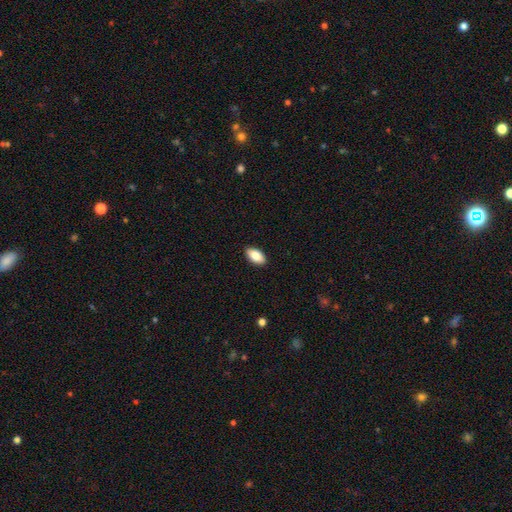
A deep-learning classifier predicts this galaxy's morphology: smooth 87%, star or artifact 6%, featured or disk 6%. Down the decision tree: how rounded — in between (94%); merging — none (89%).